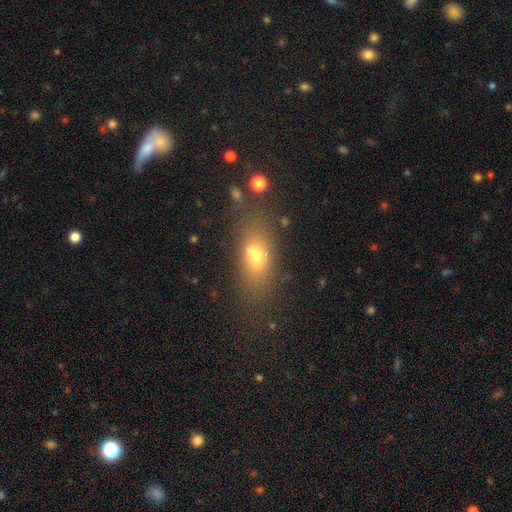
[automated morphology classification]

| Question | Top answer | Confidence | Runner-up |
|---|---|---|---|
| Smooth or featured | smooth | 64% | featured or disk (22%) |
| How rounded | in between | 74% | cigar-shaped (15%) |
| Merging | none | 52% | merger (26%) |